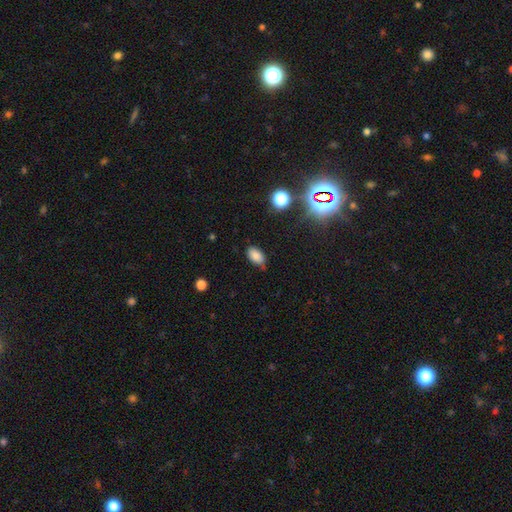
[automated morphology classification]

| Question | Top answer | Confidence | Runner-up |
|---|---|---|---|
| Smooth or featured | smooth | 82% | star or artifact (12%) |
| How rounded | in between | 92% | round (6%) |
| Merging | none | 71% | minor disturbance (22%) |